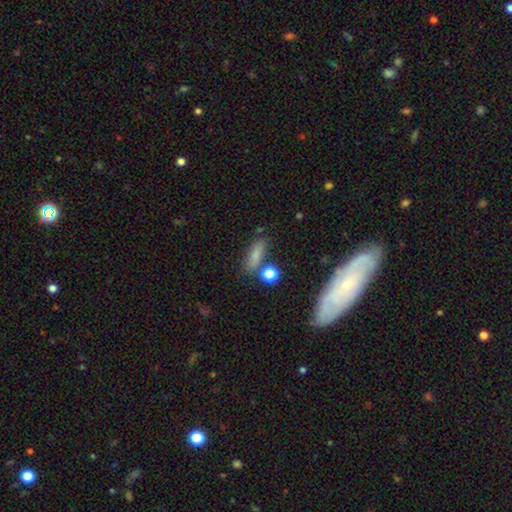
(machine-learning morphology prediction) A smooth galaxy with no disk features (77%) that is in between round and cigar-shaped (52%).

Vote fractions:
- Smooth or featured? smooth: 77% / star or artifact: 12% / featured or disk: 10%
- How rounded? in between: 52% / cigar-shaped: 39% / round: 8%
- Merging? none: 73% / minor disturbance: 14% / merger: 8% / major disturbance: 5%